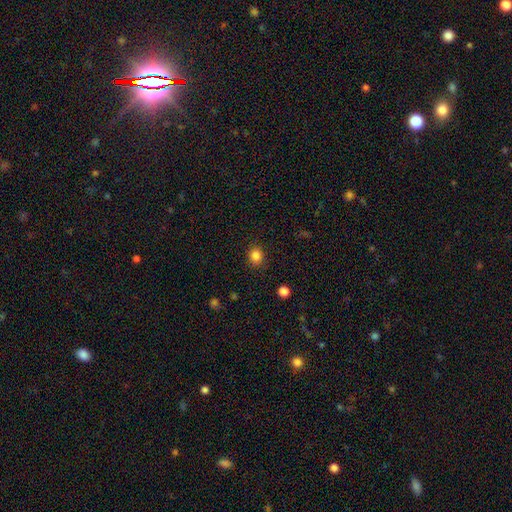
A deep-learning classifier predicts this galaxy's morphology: smooth 84%, star or artifact 12%, featured or disk 4%. Down the decision tree: how rounded — round (77%); merging — none (88%).